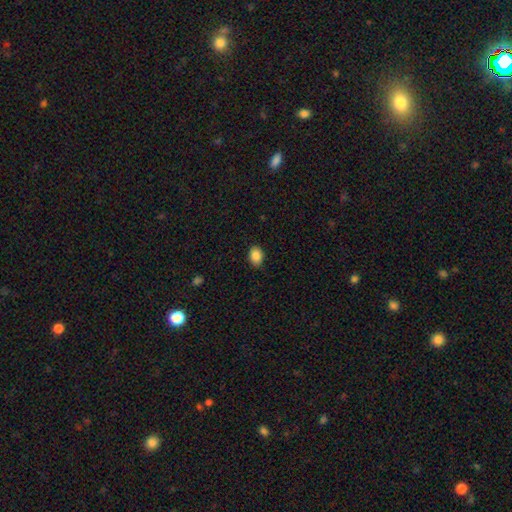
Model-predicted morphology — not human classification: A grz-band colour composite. It shows a smooth galaxy with no disk features (88%) that is in between round and cigar-shaped (71%). Merging: none (87%).